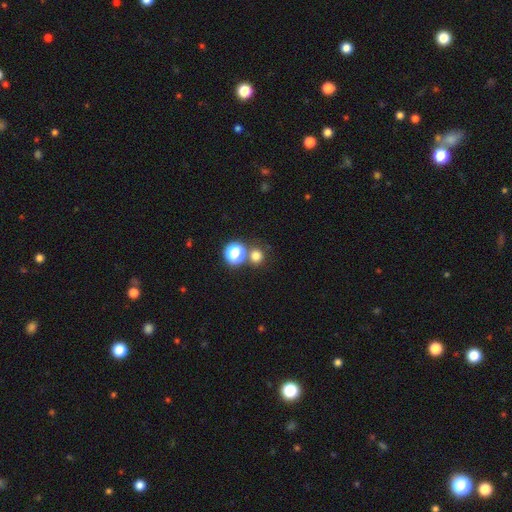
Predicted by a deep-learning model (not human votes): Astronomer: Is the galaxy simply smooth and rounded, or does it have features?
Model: smooth — 73%.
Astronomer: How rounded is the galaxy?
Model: round — 90%.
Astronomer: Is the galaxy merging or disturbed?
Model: none — 72%.